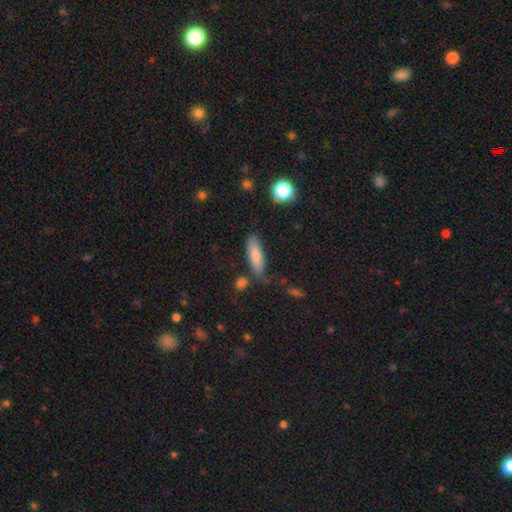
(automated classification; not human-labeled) smooth_or_featured: smooth (p=0.81) [alt: featured or disk p=0.12]
how_rounded: cigar-shaped (p=0.50) [alt: in between p=0.48]
merging: none (p=0.73) [alt: minor disturbance p=0.17]